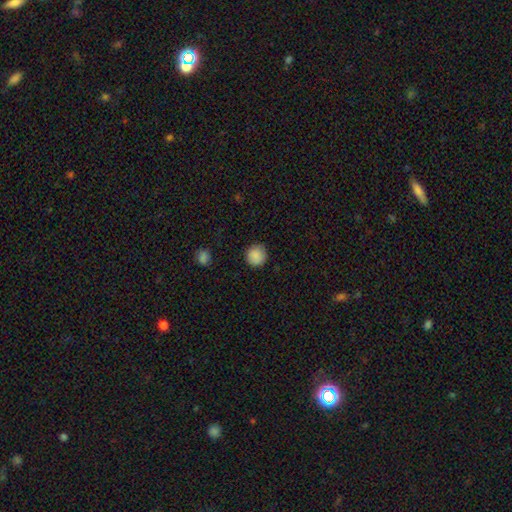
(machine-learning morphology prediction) smooth-or-featured: smooth: 88% | star or artifact: 9% | featured or disk: 3%
  how-rounded: round: 94% | in between: 5% | cigar-shaped: 1%
  merging: none: 88% | minor disturbance: 9% | major disturbance: 2% | merger: 1%